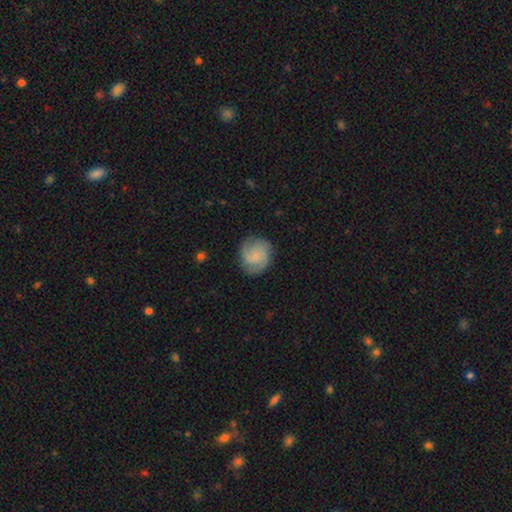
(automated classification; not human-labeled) A featured or disk galaxy (48%).

Vote fractions:
- Smooth or featured? featured or disk: 48% / smooth: 45% / star or artifact: 8%
- Merging? none: 76% / minor disturbance: 17% / major disturbance: 6% / merger: 1%